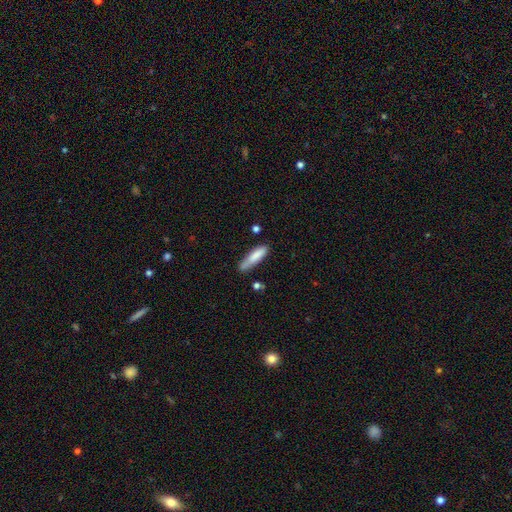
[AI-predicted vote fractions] smooth 80%, featured or disk 14%, star or artifact 6%. Down the decision tree: how rounded — cigar-shaped (71%); merging — none (62%).